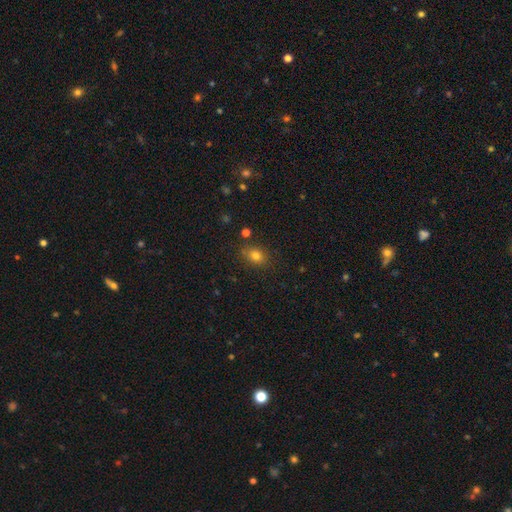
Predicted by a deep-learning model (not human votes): smooth_or_featured: smooth (p=0.78) [alt: star or artifact p=0.14]
how_rounded: in between (p=0.60) [alt: round p=0.39]
merging: none (p=0.82) [alt: minor disturbance p=0.12]